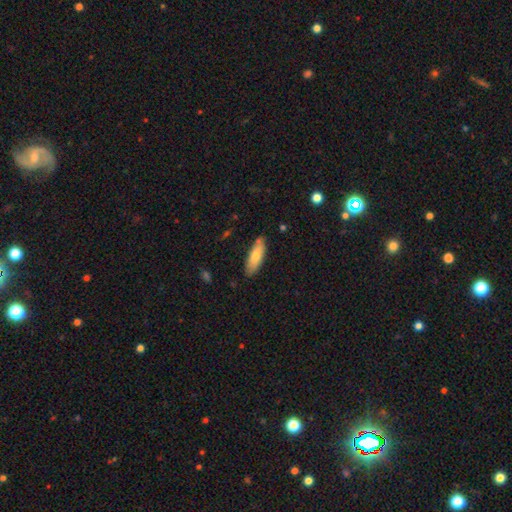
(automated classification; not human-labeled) A smooth galaxy with no disk features (76%) that is in between round and cigar-shaped (58%).

Vote fractions:
- Smooth or featured? smooth: 76% / featured or disk: 19% / star or artifact: 6%
- How rounded? in between: 58% / cigar-shaped: 41% / round: 2%
- Merging? none: 80% / minor disturbance: 15% / merger: 3% / major disturbance: 2%